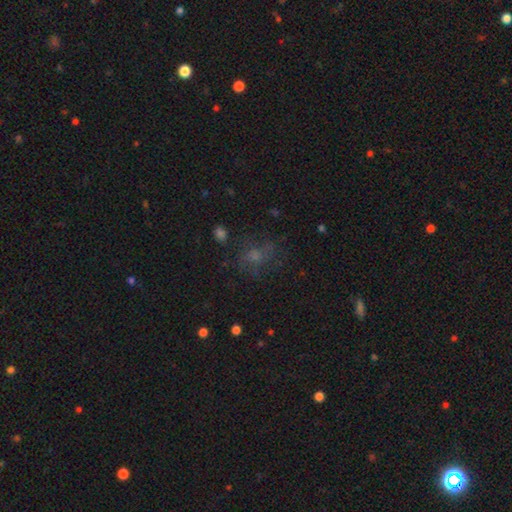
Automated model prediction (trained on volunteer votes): This is possibly a smooth galaxy (47%). Merging: possibly none (58%).